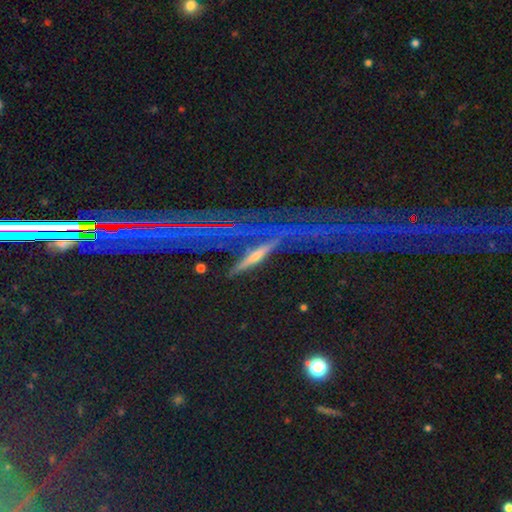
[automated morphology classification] This is possibly a featured or disk galaxy (51%). It is likely viewed edge-on (78%). Merging: likely none (65%).